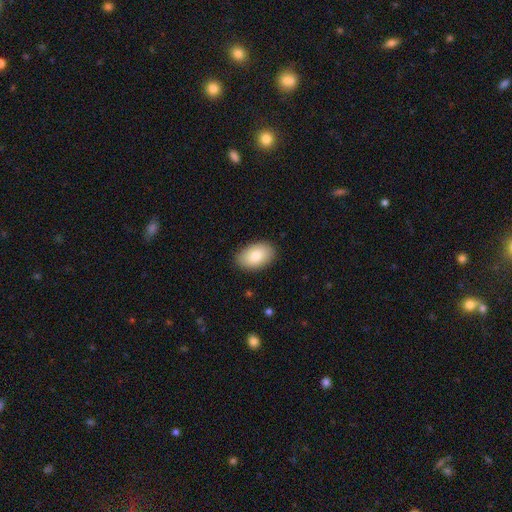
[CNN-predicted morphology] Q: Smooth or featured?
A: smooth (81%); runner-up: featured or disk (13%)
Q: How rounded?
A: in between (92%); runner-up: round (7%)
Q: Merging?
A: none (88%); runner-up: minor disturbance (9%)